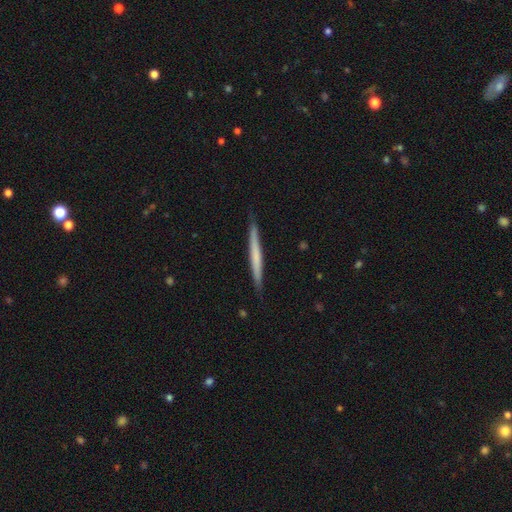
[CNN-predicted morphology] smooth_or_featured: smooth (p=0.51) [alt: featured or disk p=0.44]
how_rounded: cigar-shaped (p=0.97) [alt: in between p=0.02]
merging: none (p=0.89) [alt: minor disturbance p=0.09]